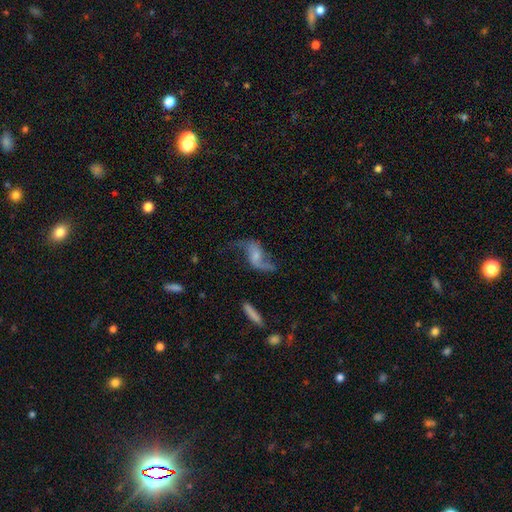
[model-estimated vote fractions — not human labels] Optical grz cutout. It shows a featured or disk galaxy (80%) with no bar (44%), 2 (90%) loose (89%) spiral arms (93%) and a small central bulge (40%). Merging: none (58%).